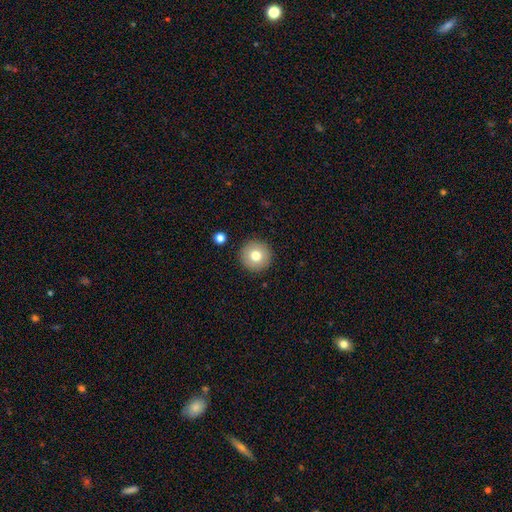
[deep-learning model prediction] A smooth galaxy with no disk features (75%) that is round (96%). Merging: none (91%).